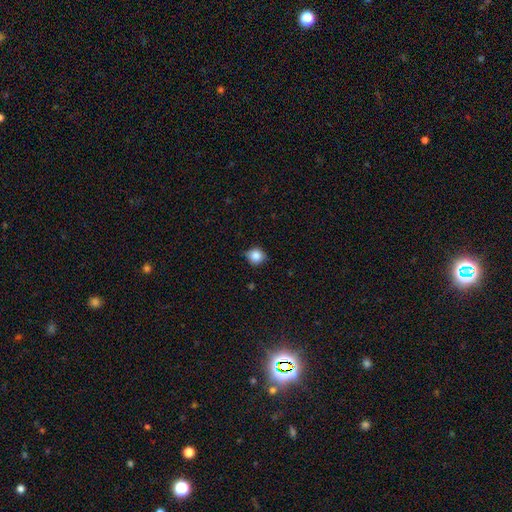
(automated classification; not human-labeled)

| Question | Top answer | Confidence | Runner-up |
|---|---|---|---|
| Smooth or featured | smooth | 85% | star or artifact (10%) |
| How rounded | round | 85% | in between (14%) |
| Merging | none | 79% | minor disturbance (17%) |